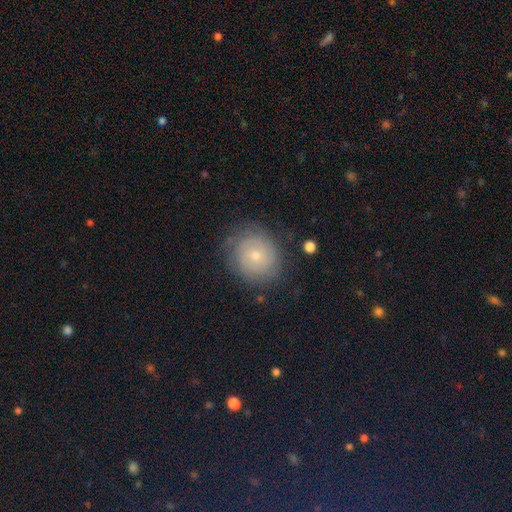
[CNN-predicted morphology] Q: Smooth or featured?
A: featured or disk (60%); runner-up: smooth (31%)
Q: Edge-on disk?
A: no (98%); runner-up: yes (2%)
Q: Bar?
A: no (81%); runner-up: weak (16%)
Q: Spiral arms?
A: yes (84%); runner-up: no (16%)
Q: Bulge size?
A: small (70%); runner-up: moderate (27%)
Q: Merging?
A: none (77%); runner-up: minor disturbance (15%)